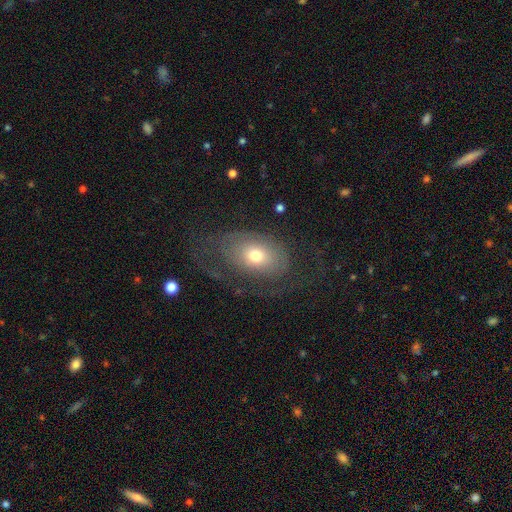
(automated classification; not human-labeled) This is possibly a featured or disk galaxy (49%). Merging: possibly none (52%).